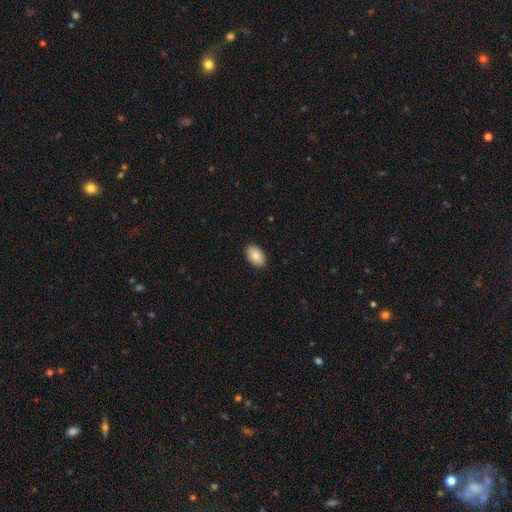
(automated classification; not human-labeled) This appears to be a smooth galaxy with no disk features (88%) that is in between round and cigar-shaped (93%). Merging: none (90%).